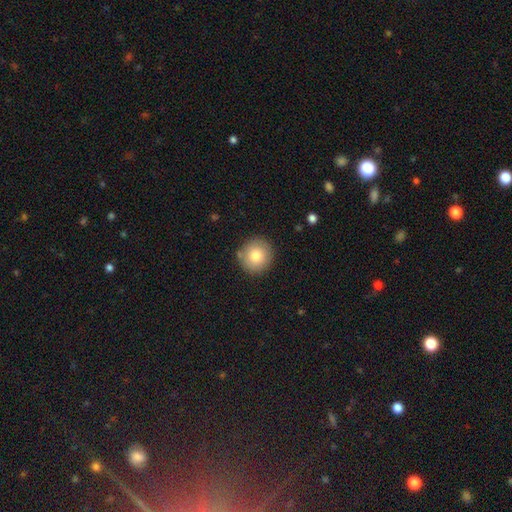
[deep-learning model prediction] Morphology: type=smooth (80%); roundness=round (94%); merging=none (84%).